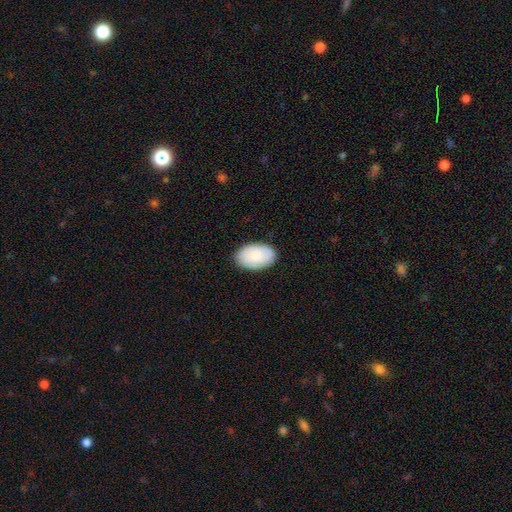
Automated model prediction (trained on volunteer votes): A smooth galaxy with no disk features (85%) that is in between round and cigar-shaped (93%).

Vote fractions:
- Smooth or featured? smooth: 85% / featured or disk: 9% / star or artifact: 6%
- How rounded? in between: 93% / round: 6% / cigar-shaped: 1%
- Merging? none: 86% / minor disturbance: 11% / major disturbance: 2% / merger: 1%